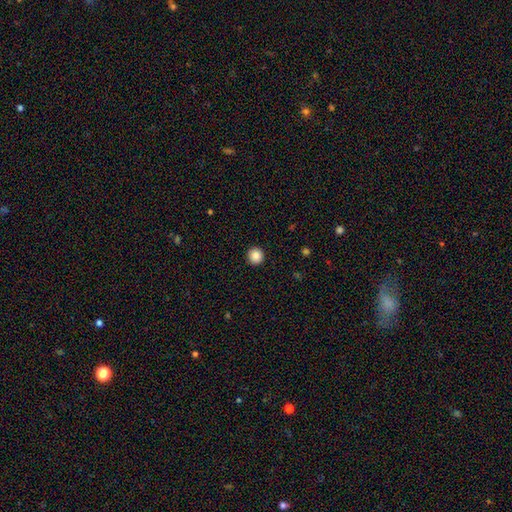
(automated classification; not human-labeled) This appears to be a smooth galaxy with no disk features (87%) that is round (93%). Merging: none (93%).